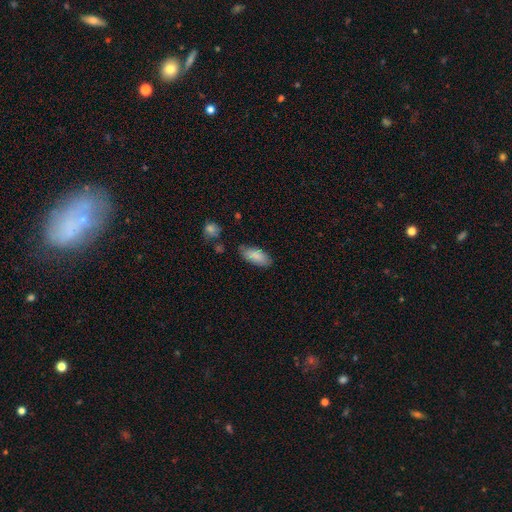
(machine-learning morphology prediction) Q: Smooth or featured?
A: smooth (87%); runner-up: featured or disk (7%)
Q: How rounded?
A: in between (88%); runner-up: cigar-shaped (10%)
Q: Merging?
A: none (74%); runner-up: minor disturbance (19%)